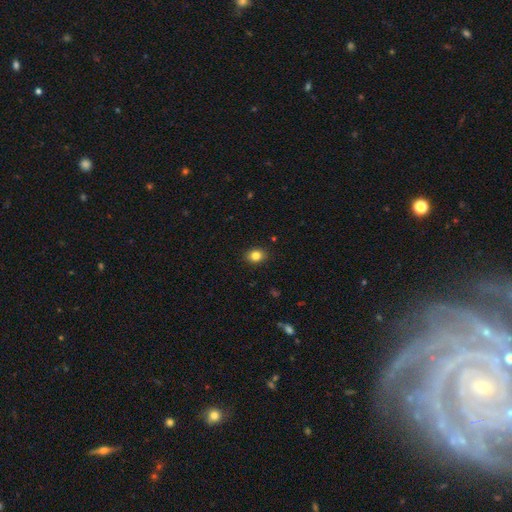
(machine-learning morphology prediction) This is clearly a smooth galaxy (83%). How rounded: possibly in between (52%). Merging: clearly none (89%).